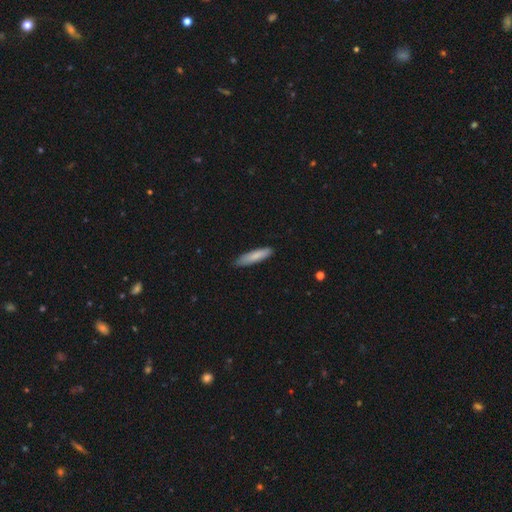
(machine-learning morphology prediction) Smooth or featured: smooth — 82% (featured or disk — 12%)
How rounded: cigar-shaped — 80% (in between — 19%)
Merging: none — 82% (minor disturbance — 15%)